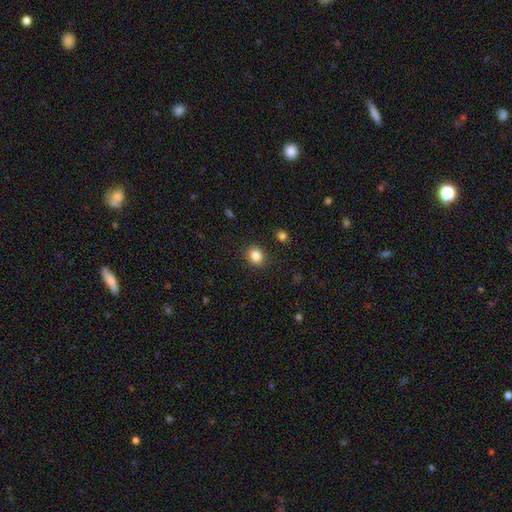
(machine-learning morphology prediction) Smooth or featured? smooth (85%)
How rounded? round (63%)
Merging? none (88%)